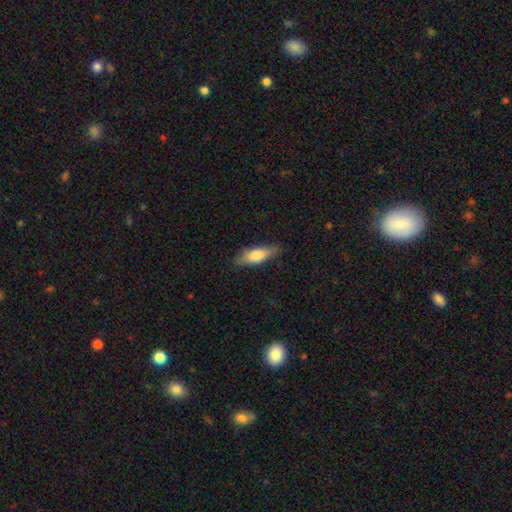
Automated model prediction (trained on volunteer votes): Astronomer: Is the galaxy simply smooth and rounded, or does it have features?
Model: smooth — 68%.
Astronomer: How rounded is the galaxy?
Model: in between — 56% (runner-up: cigar-shaped, 41%).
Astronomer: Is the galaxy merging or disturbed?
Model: none — 80%.